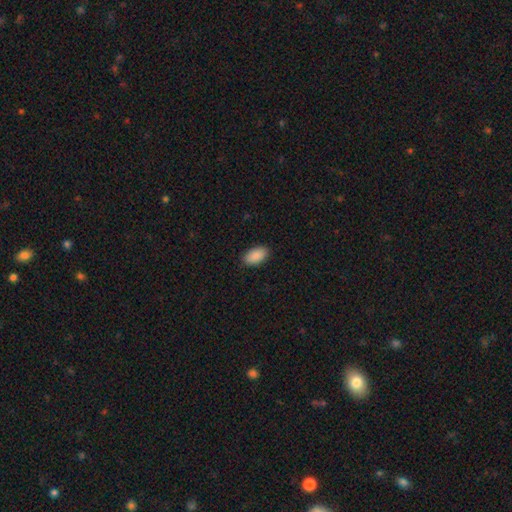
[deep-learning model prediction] A smooth galaxy with no disk features (91%) that is in between round and cigar-shaped (95%).

Vote fractions:
- Smooth or featured? smooth: 91% / star or artifact: 6% / featured or disk: 3%
- How rounded? in between: 95% / round: 3% / cigar-shaped: 2%
- Merging? none: 89% / minor disturbance: 8% / major disturbance: 2% / merger: 1%